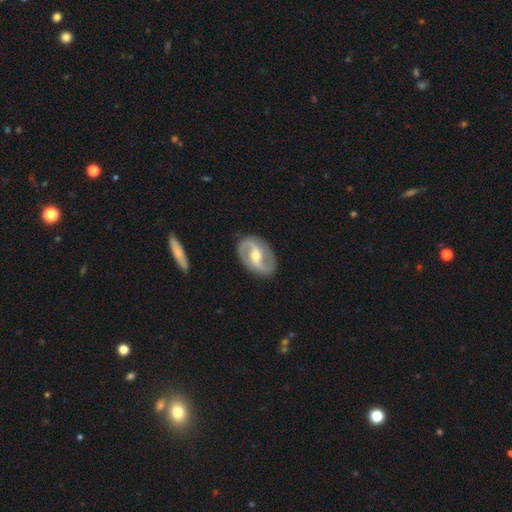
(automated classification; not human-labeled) smooth-or-featured: featured or disk: 87% | smooth: 9% | star or artifact: 4%
  disk-edge-on: no: 97% | yes: 3%
    bar: weak: 42% | strong: 35% | no: 23%
    has-spiral-arms: yes: 94% | no: 6%
      spiral-winding: medium: 50% | loose: 31% | tight: 19%
      spiral-arm-count: 2: 93% | can't tell: 3% | 1: 2% | 3: 1% | 4: 1% | more than 4: 1%
    bulge-size: moderate: 65% | small: 30% | large: 3% | none: 1% | dominant: 1%
  merging: none: 86% | minor disturbance: 10% | major disturbance: 3% | merger: 1%